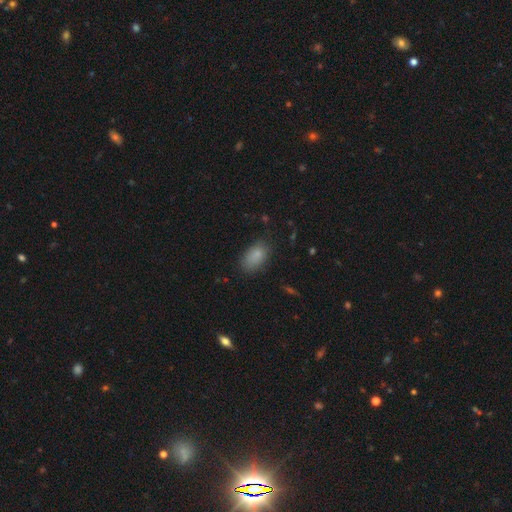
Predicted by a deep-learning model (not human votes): This appears to be a smooth galaxy with no disk features (83%) that is in between round and cigar-shaped (90%). Merging: none (76%).